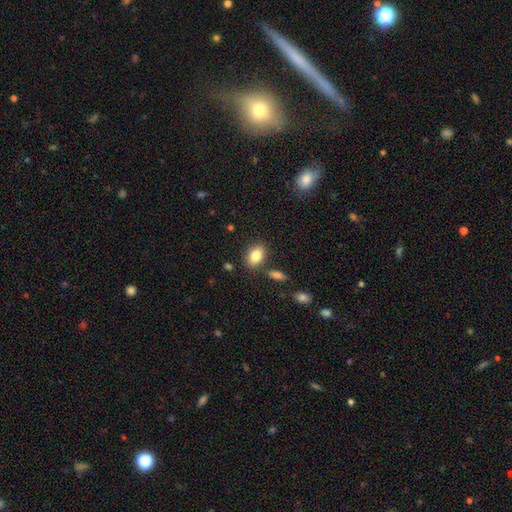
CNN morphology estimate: The model was most divided on "how rounded": in between: 82%, round: 17%, cigar-shaped: 2%. More confident: smooth or featured — smooth (84%); merging — none (79%).